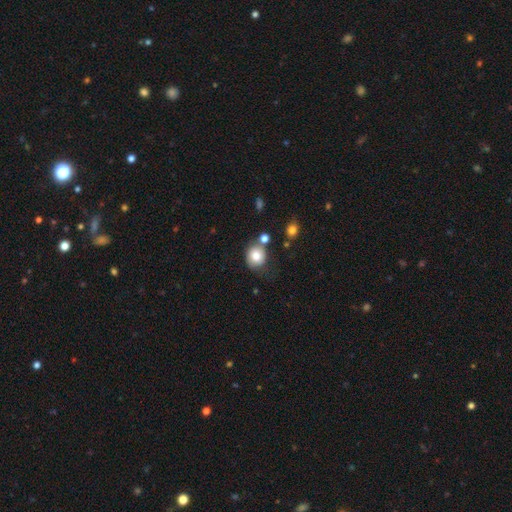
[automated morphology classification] smooth-or-featured: smooth: 79% | featured or disk: 12% | star or artifact: 10%
  how-rounded: round: 78% | in between: 21% | cigar-shaped: 1%
  merging: none: 60% | minor disturbance: 20% | merger: 13% | major disturbance: 7%